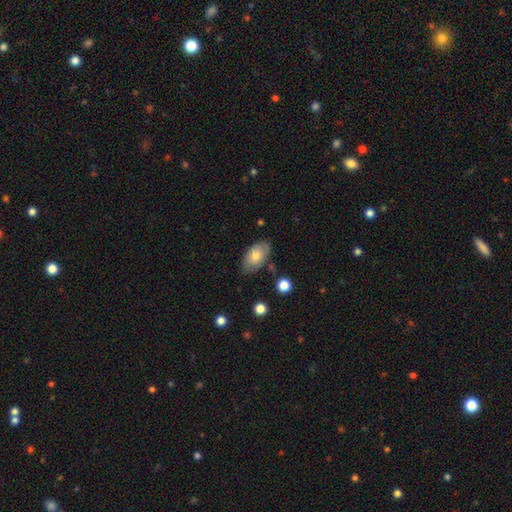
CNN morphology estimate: This is likely a smooth galaxy (74%). How rounded: clearly in between (94%). Merging: likely none (74%).